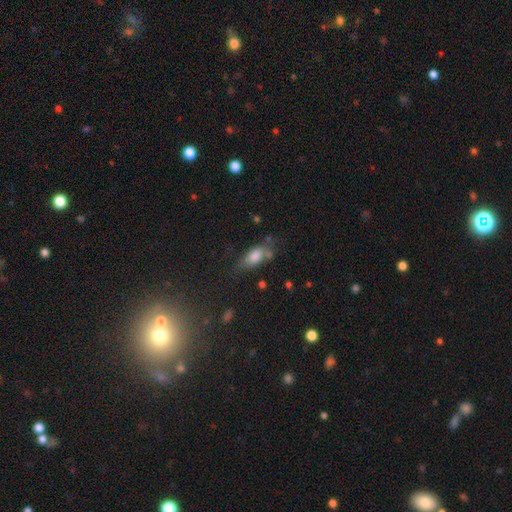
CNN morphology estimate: Overall: smooth (74%). How rounded: in between (80%). Merging: none (49%; minor disturbance 28%).